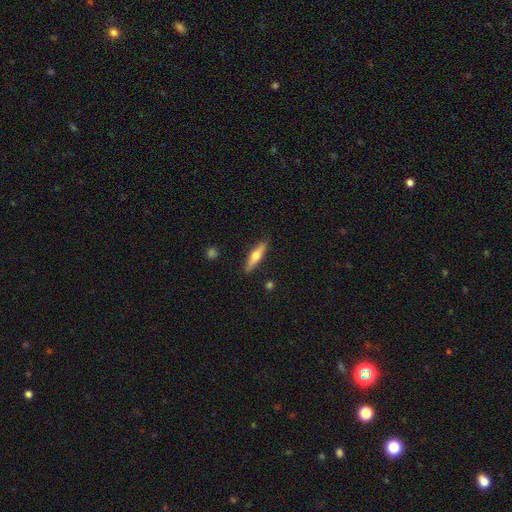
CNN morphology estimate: A smooth galaxy with no disk features (52%) that is cigar-shaped (72%). Merging: none (89%).